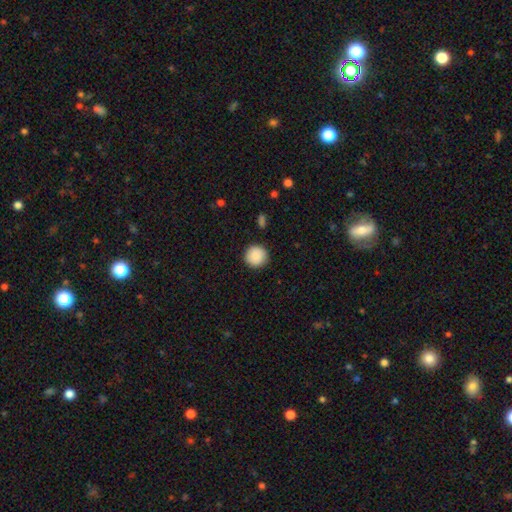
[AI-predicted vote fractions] smooth-or-featured: smooth: 89% | star or artifact: 7% | featured or disk: 3%
  how-rounded: round: 95% | in between: 4% | cigar-shaped: 1%
  merging: none: 90% | minor disturbance: 6% | major disturbance: 2% | merger: 1%